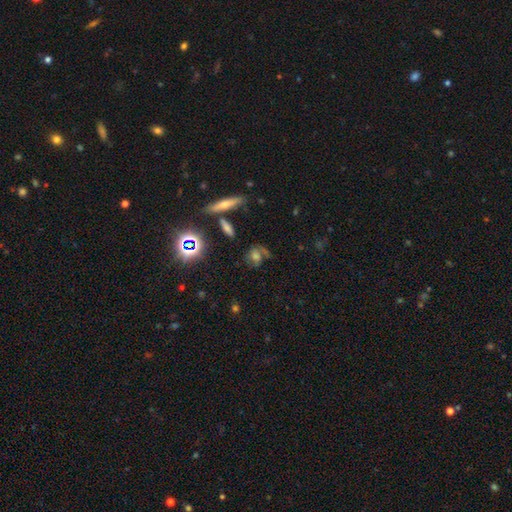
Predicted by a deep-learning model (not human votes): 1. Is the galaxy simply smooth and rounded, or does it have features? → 39% smooth, 38% featured or disk, 23% star or artifact.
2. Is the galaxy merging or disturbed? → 54% none, 21% minor disturbance, 17% major disturbance, 8% merger.